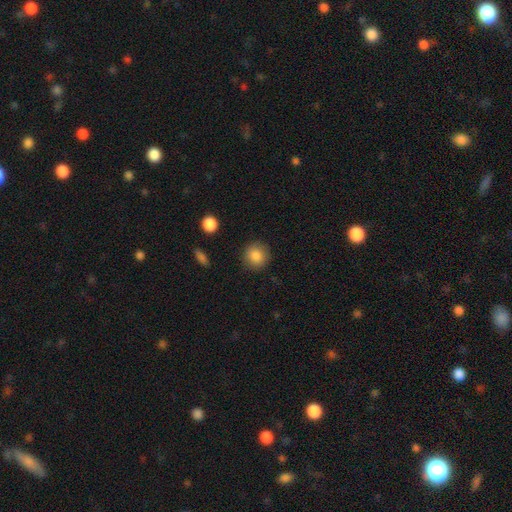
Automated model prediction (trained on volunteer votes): Q: Smooth or featured?
A: smooth (86%); runner-up: star or artifact (8%)
Q: How rounded?
A: round (90%); runner-up: in between (9%)
Q: Merging?
A: none (88%); runner-up: minor disturbance (8%)